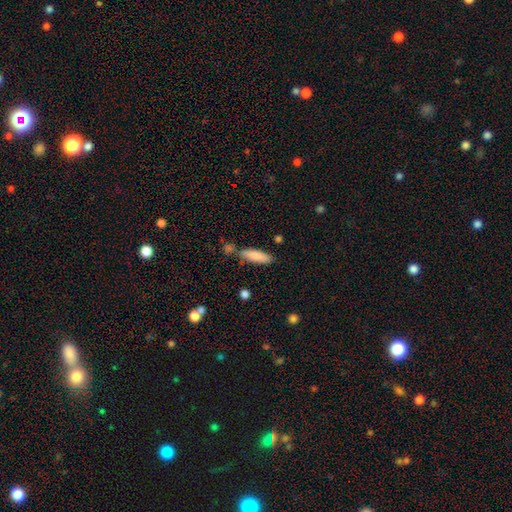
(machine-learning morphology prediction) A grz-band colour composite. It shows a smooth galaxy with no disk features (85%) that is cigar-shaped (55%). Merging: none (69%).